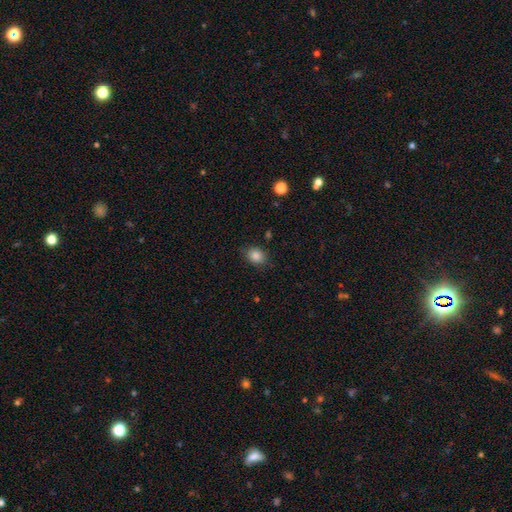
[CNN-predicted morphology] Smooth or featured? smooth (85%)
How rounded? round (52%)
Merging? none (82%)